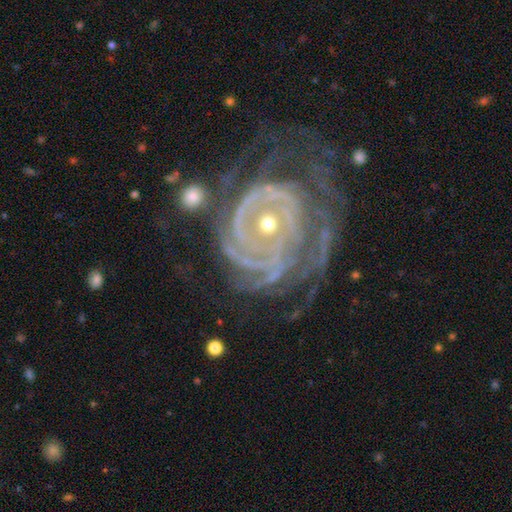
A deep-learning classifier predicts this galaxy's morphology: A featured or disk galaxy (90%) with no bar (67%), tight (79%) spiral arms (96%) and a small central bulge (63%). Merging: none (46%).